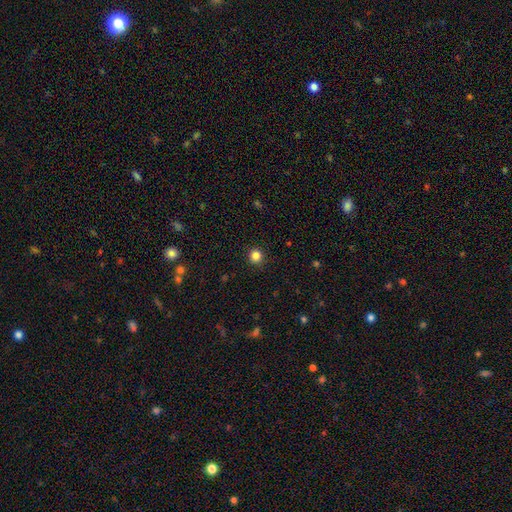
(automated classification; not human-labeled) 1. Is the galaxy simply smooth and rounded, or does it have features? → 84% smooth, 12% star or artifact, 4% featured or disk.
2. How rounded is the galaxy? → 94% round, 5% in between, 1% cigar-shaped.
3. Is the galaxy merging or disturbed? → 92% none, 5% minor disturbance, 2% major disturbance, 1% merger.